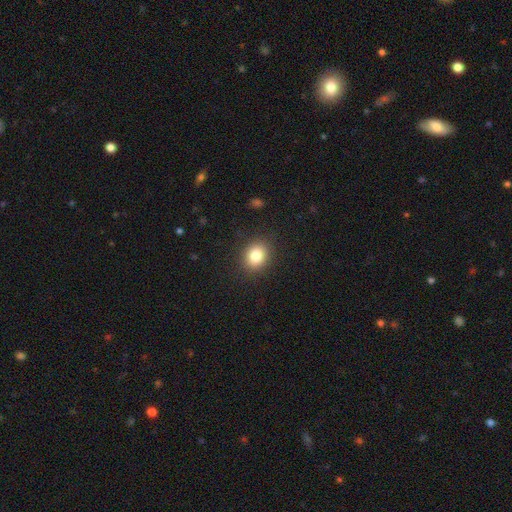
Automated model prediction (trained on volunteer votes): smooth_or_featured: smooth (p=0.83) [alt: star or artifact p=0.10]
how_rounded: round (p=0.55) [alt: in between p=0.44]
merging: none (p=0.88) [alt: minor disturbance p=0.08]